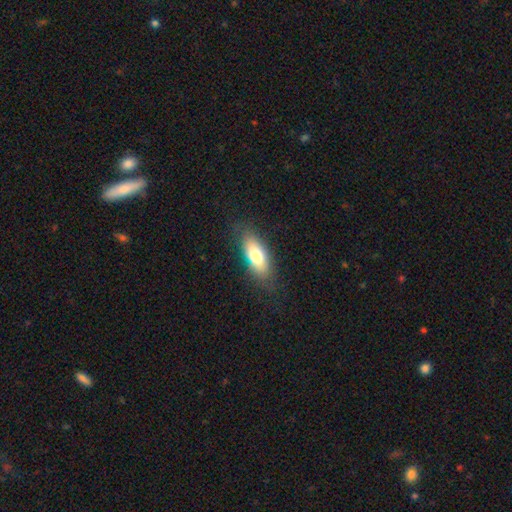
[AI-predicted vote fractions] Q: Smooth or featured?
A: smooth (73%); runner-up: featured or disk (20%)
Q: How rounded?
A: in between (76%); runner-up: cigar-shaped (21%)
Q: Merging?
A: none (80%); runner-up: minor disturbance (14%)